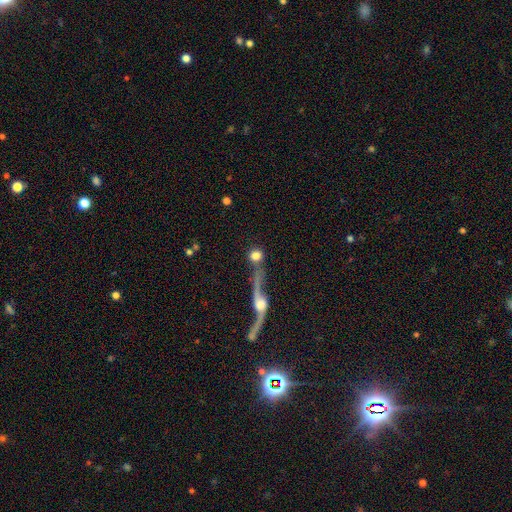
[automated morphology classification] smooth 74%, featured or disk 17%, star or artifact 9%. Down the decision tree: how rounded — round (82%); merging — none (51%).